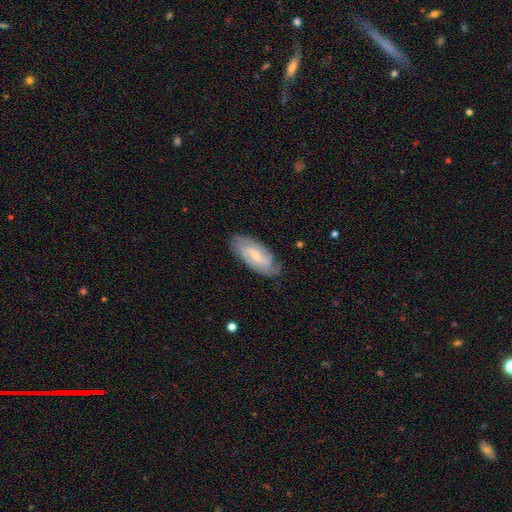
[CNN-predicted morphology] Q: Smooth or featured?
A: featured or disk (66%); runner-up: smooth (28%)
Q: Edge-on disk?
A: no (91%); runner-up: yes (9%)
Q: Bar?
A: weak (53%); runner-up: no (26%)
Q: Spiral arms?
A: yes (87%); runner-up: no (13%)
Q: Spiral winding?
A: tight (42%); runner-up: medium (39%)
Q: Spiral arm count?
A: 2 (54%); runner-up: can't tell (29%)
Q: Bulge size?
A: small (64%); runner-up: moderate (28%)
Q: Merging?
A: none (80%); runner-up: minor disturbance (16%)